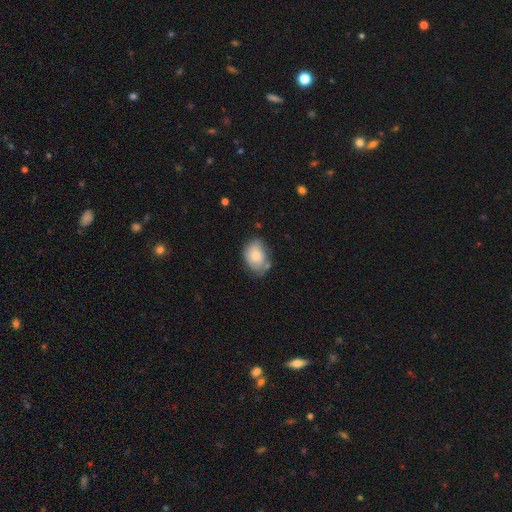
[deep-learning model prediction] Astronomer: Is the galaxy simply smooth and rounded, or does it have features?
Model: smooth — 74%.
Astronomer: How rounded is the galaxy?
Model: in between — 78%.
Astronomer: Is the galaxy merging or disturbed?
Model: none — 56%.